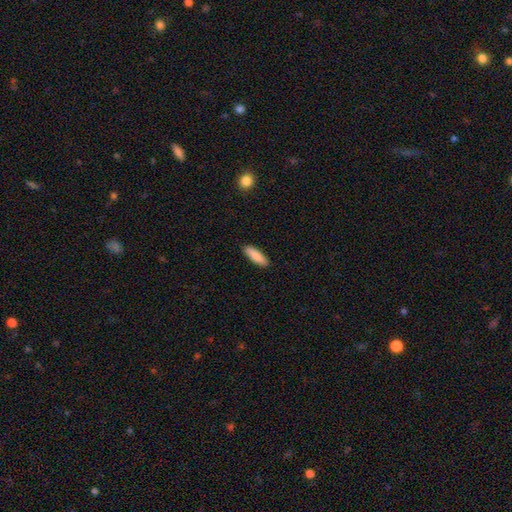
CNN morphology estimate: Overall: smooth (88%). How rounded: cigar-shaped (53%; in between 45%). Merging: none (90%).